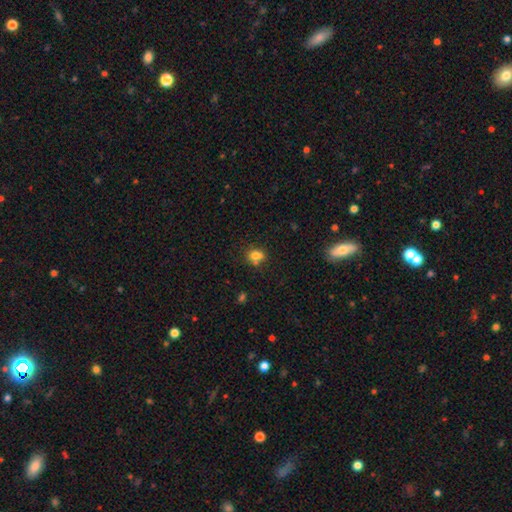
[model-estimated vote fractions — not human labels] A smooth galaxy with no disk features (73%) that is round (54%).

Vote fractions:
- Smooth or featured? smooth: 73% / star or artifact: 14% / featured or disk: 13%
- How rounded? round: 54% / in between: 44% / cigar-shaped: 2%
- Merging? none: 48% / merger: 32% / minor disturbance: 15% / major disturbance: 5%